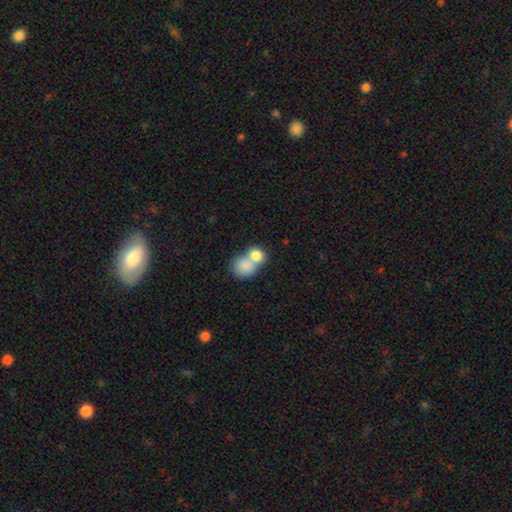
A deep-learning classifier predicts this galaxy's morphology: Smooth or featured: smooth — 81% (featured or disk — 11%)
How rounded: round — 62% (in between — 37%)
Merging: merger — 67% (none — 23%)